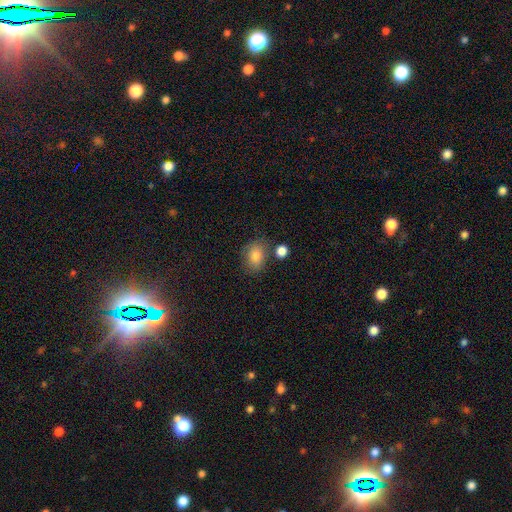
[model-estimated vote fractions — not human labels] Overall: smooth (82%). How rounded: in between (62%; round 37%). Merging: none (70%).